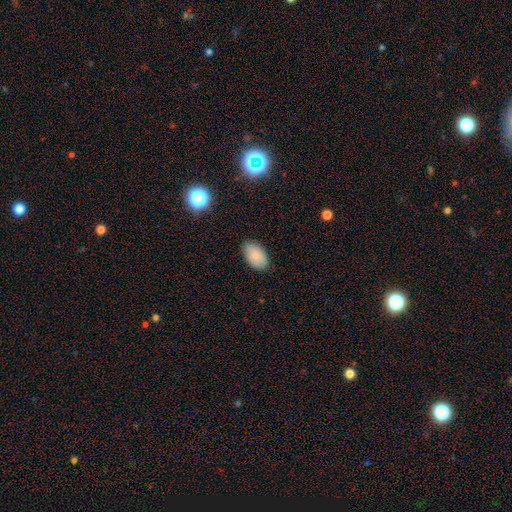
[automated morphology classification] This appears to be a smooth galaxy with no disk features (87%) that is in between round and cigar-shaped (93%). Merging: none (84%).